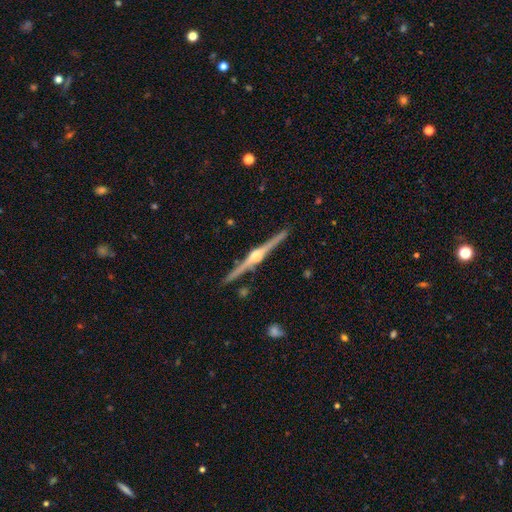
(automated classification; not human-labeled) Morphology: type=featured or disk (88%); edge-on=yes (99%); edge-on bulge=rounded (93%); merging=none (92%).